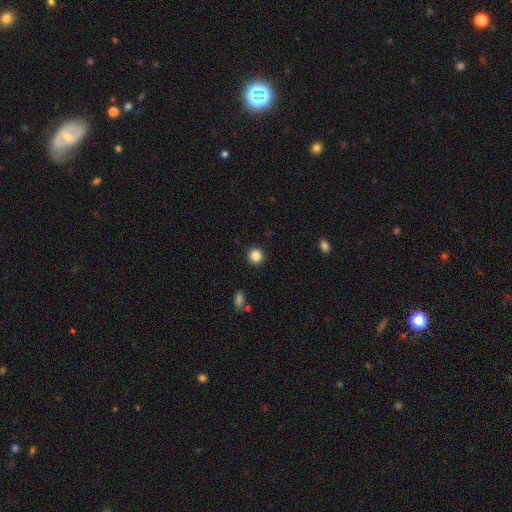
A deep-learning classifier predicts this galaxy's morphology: Smooth or featured? Predicted: smooth (p=0.85). How rounded? Predicted: round (p=0.93). Merging? Predicted: none (p=0.92).